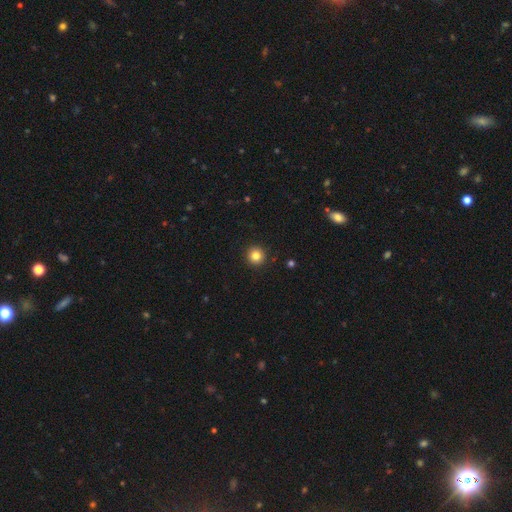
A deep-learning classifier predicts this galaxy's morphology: A smooth galaxy with no disk features (83%) that is round (95%). Merging: none (93%).